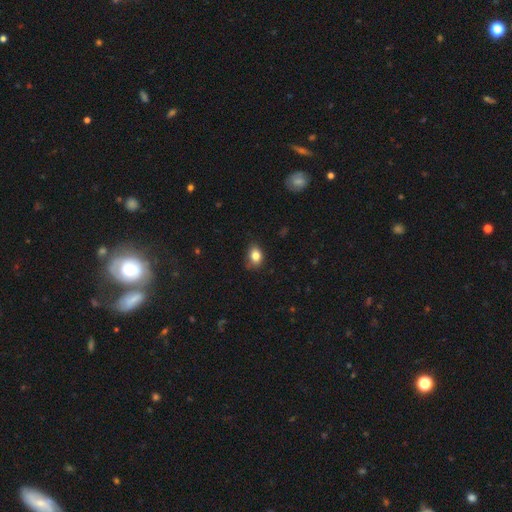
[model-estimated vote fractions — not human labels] A smooth galaxy with no disk features (82%) that is in between round and cigar-shaped (70%). Merging: none (74%).